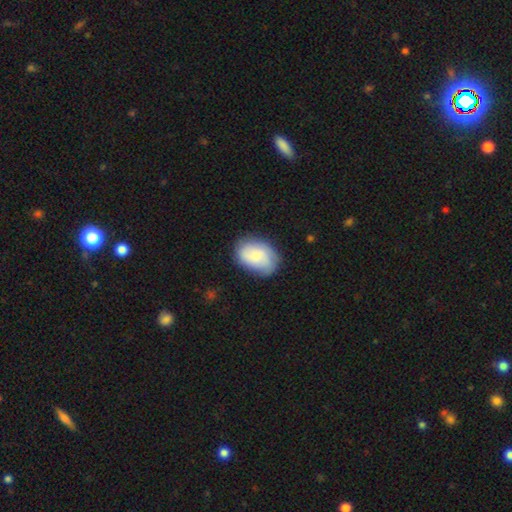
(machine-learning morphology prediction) This is likely a smooth galaxy (69%). How rounded: clearly in between (83%). Merging: likely none (72%).